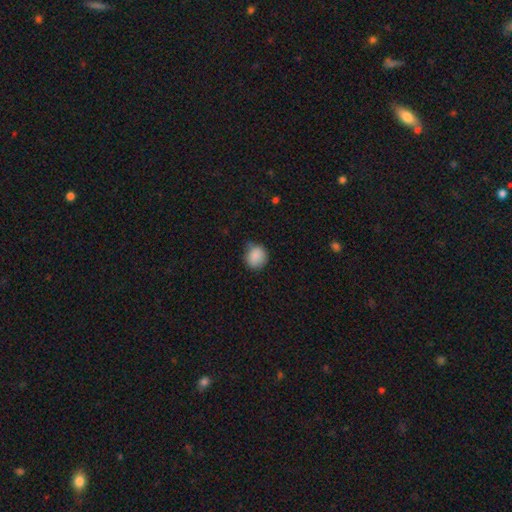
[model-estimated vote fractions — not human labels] Smooth or featured: smooth — 87% (star or artifact — 8%)
How rounded: round — 83% (in between — 16%)
Merging: none — 70% (minor disturbance — 24%)